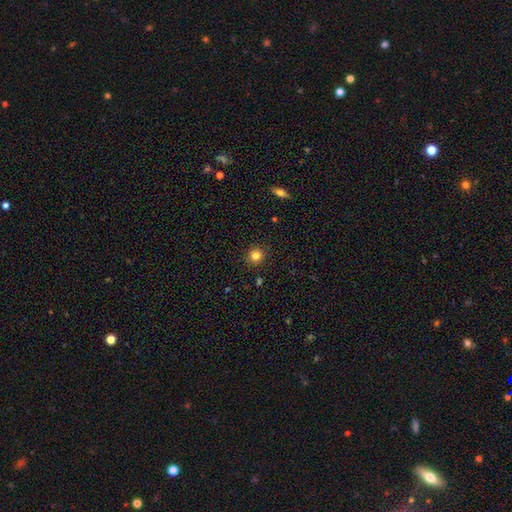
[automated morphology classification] Smooth or featured? Predicted: smooth (p=0.82). How rounded? Predicted: round (p=0.93). Merging? Predicted: none (p=0.91).